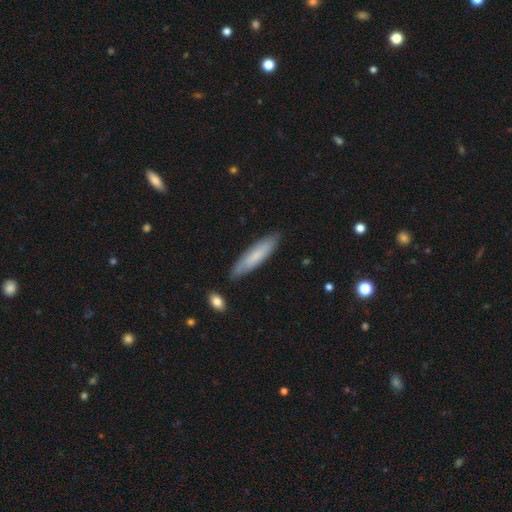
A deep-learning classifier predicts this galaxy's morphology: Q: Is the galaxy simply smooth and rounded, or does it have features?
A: smooth — 70%.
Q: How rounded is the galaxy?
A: cigar-shaped — 80%.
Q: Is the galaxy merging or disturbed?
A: none — 85%.